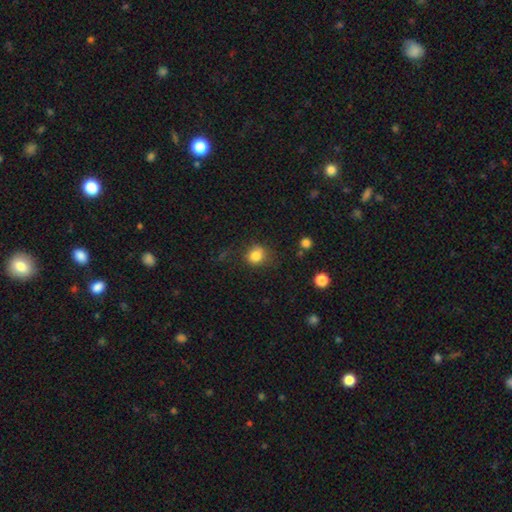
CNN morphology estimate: smooth_or_featured: smooth (p=0.82) [alt: star or artifact p=0.11]
how_rounded: round (p=0.71) [alt: in between p=0.28]
merging: none (p=0.64) [alt: minor disturbance p=0.23]